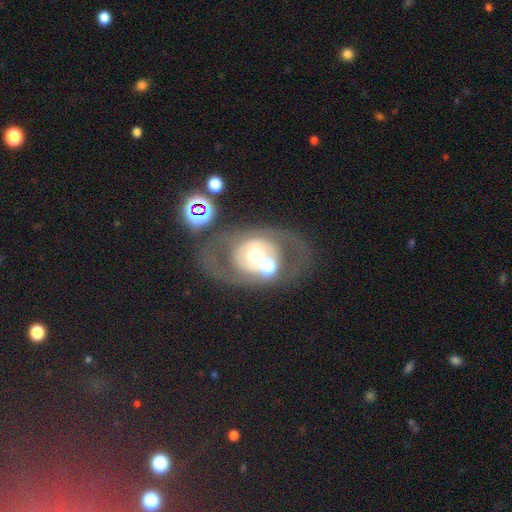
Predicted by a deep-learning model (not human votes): A featured or disk galaxy (63%) with no bar (76%), no spiral arms (68%) and a moderate central bulge (62%). Merging: none (56%).